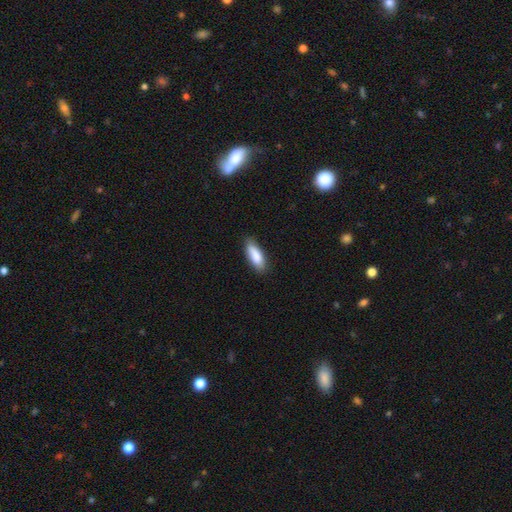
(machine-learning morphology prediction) This is clearly a smooth galaxy (86%). How rounded: likely in between (65%). Merging: clearly none (81%).